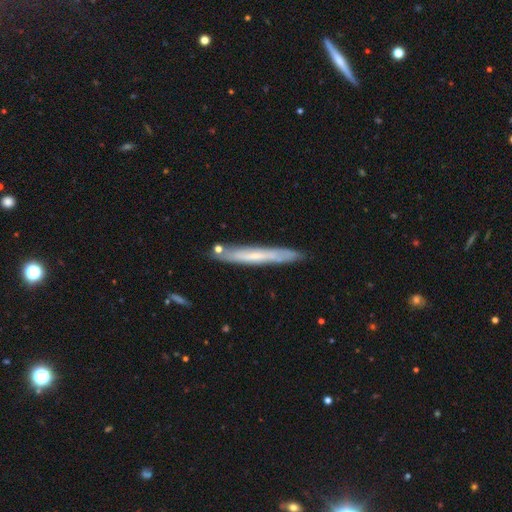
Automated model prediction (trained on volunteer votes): Overall: featured or disk (49%; smooth 44%). Merging: none (83%).